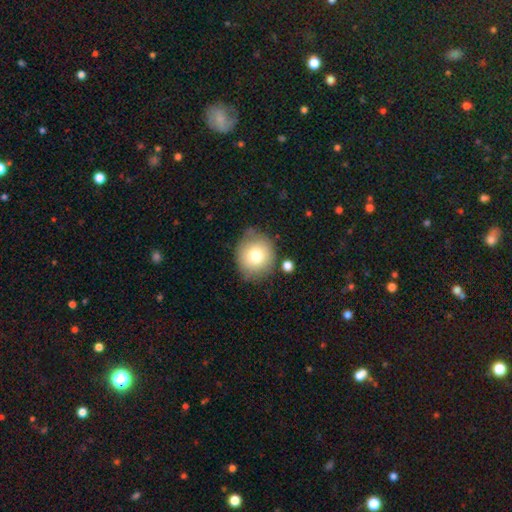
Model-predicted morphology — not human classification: Smooth or featured? smooth (76%)
How rounded? round (80%)
Merging? none (73%)